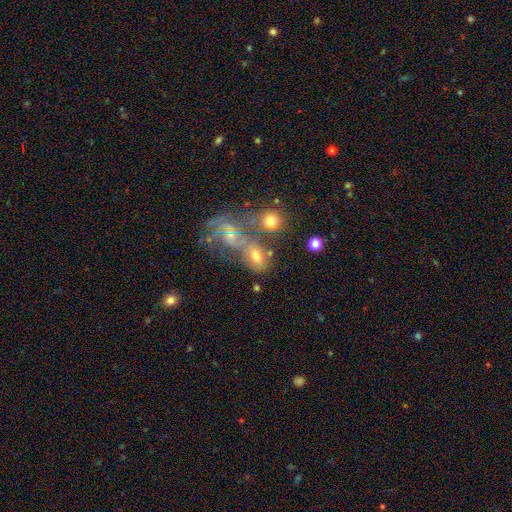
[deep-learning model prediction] This appears to be a smooth galaxy with no disk features (50%) that is in between round and cigar-shaped (64%). Merging: none (38%).